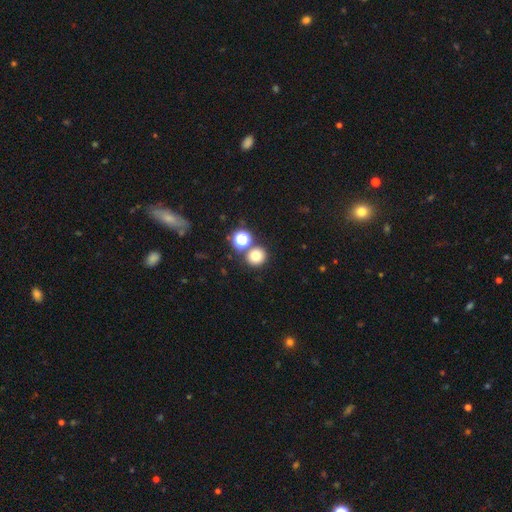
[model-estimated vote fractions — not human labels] This is likely a smooth galaxy (77%). How rounded: clearly round (87%). Merging: likely none (72%).